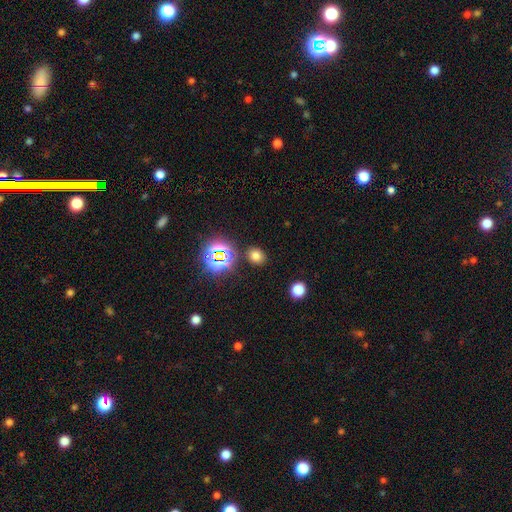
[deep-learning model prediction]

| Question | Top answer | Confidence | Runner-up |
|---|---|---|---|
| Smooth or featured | smooth | 68% | star or artifact (24%) |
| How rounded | round | 53% | in between (46%) |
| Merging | none | 84% | minor disturbance (9%) |